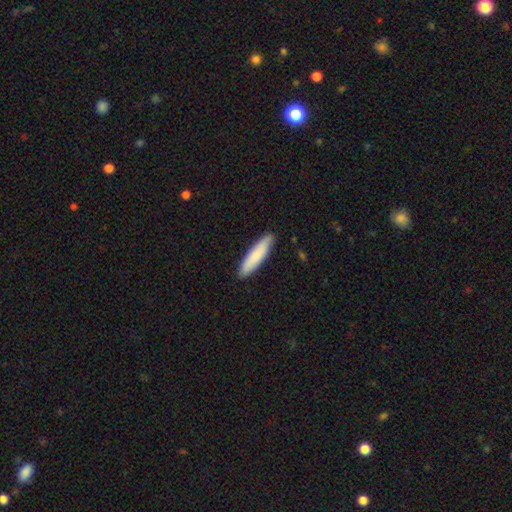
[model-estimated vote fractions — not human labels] Overall: smooth (82%). How rounded: cigar-shaped (78%). Merging: none (89%).